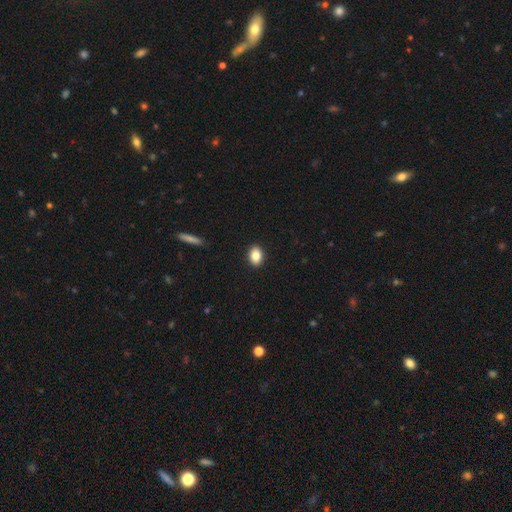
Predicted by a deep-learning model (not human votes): This appears to be a smooth galaxy with no disk features (85%) that is in between round and cigar-shaped (78%). Merging: none (91%).